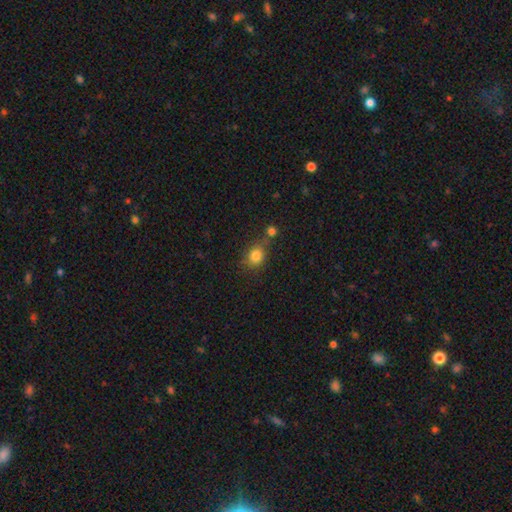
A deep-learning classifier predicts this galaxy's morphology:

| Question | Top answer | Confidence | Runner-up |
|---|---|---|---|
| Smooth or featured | smooth | 82% | star or artifact (11%) |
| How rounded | round | 65% | in between (34%) |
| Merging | none | 60% | merger (19%) |